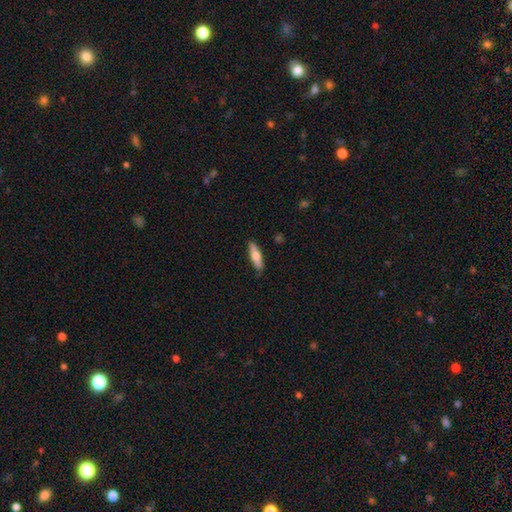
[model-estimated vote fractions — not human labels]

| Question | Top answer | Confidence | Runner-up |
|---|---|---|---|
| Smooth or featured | smooth | 65% | featured or disk (29%) |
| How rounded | cigar-shaped | 62% | in between (36%) |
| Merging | none | 86% | minor disturbance (11%) |